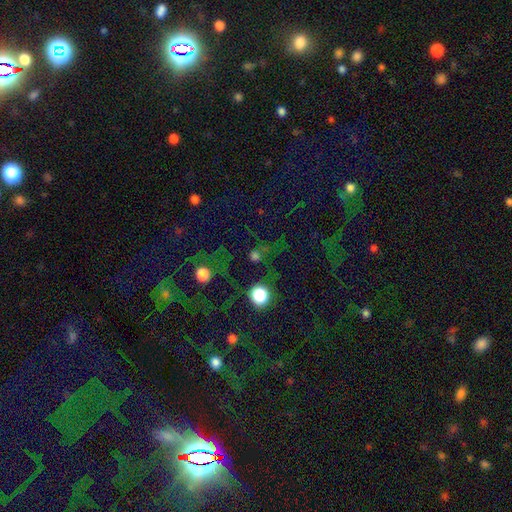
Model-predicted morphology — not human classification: Smooth or featured?
  - star or artifact: 48% *
  - smooth: 41%
  - featured or disk: 11%